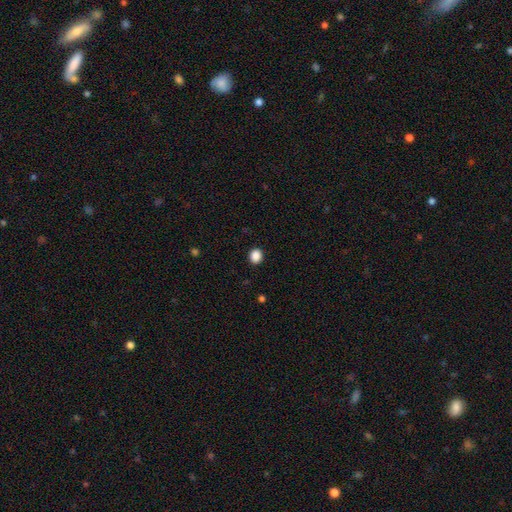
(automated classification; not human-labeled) A smooth galaxy with no disk features (88%) that is round (78%). Merging: none (92%).